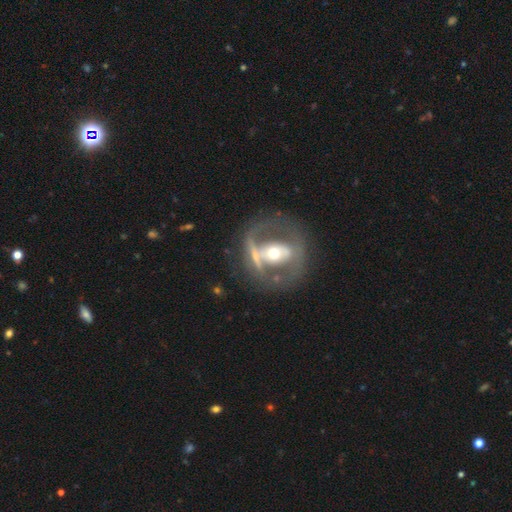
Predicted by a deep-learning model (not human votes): A featured or disk galaxy (71%) with no bar (44%), no spiral arms (62%) and a moderate central bulge (70%).

Vote fractions:
- Smooth or featured? featured or disk: 71% / smooth: 22% / star or artifact: 7%
- Edge-on disk? no: 91% / yes: 9%
- Bar? no: 44% / strong: 32% / weak: 23%
- Spiral arms? no: 62% / yes: 38%
- Bulge size? moderate: 70% / small: 16% / large: 10% / dominant: 2% / none: 1%
- Merging? none: 57% / major disturbance: 18% / minor disturbance: 17% / merger: 8%